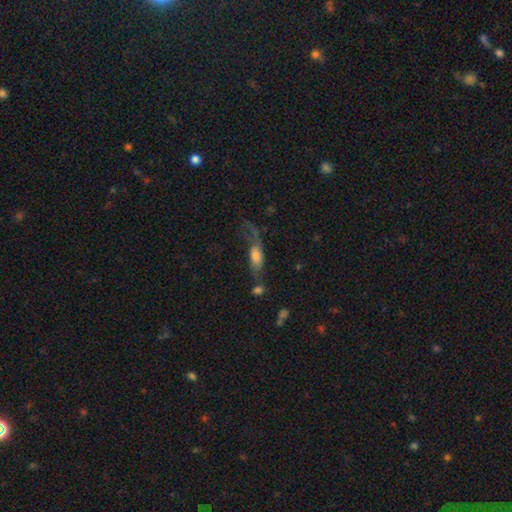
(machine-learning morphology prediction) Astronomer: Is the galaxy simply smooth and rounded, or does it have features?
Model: smooth — 53% (runner-up: featured or disk, 37%).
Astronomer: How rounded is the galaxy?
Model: in between — 65%.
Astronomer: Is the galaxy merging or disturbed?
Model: none — 34%, tied with major disturbance at 34%.